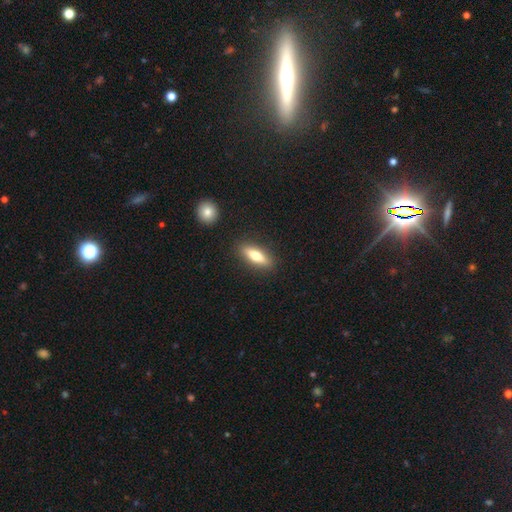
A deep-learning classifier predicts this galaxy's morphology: Overall: smooth (63%; featured or disk 30%). How rounded: cigar-shaped (53%; in between 45%). Merging: none (88%).